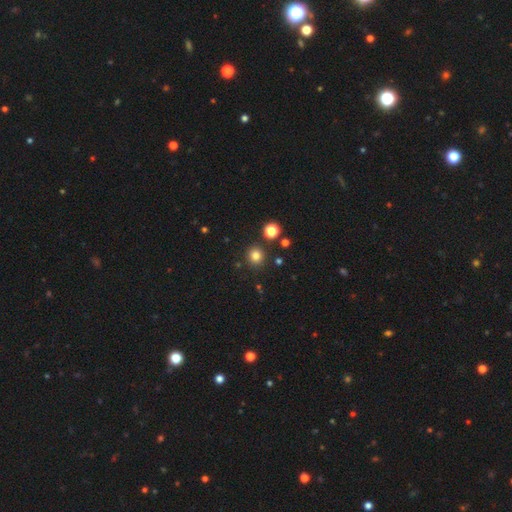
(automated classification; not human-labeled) Morphology: type=smooth (80%); roundness=round (91%); merging=none (88%).